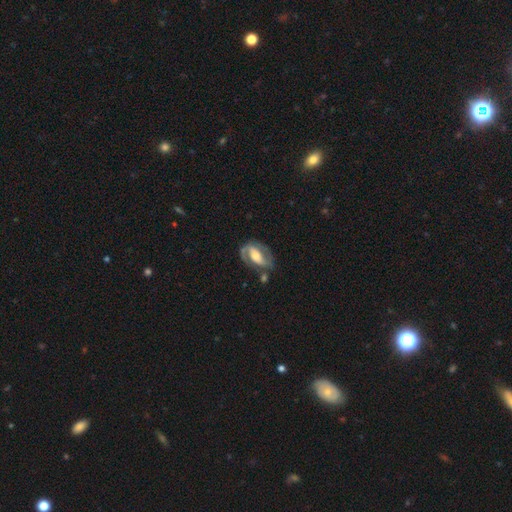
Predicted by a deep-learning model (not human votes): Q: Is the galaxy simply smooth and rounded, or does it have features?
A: featured or disk — 79%.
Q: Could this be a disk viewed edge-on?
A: no — 95%.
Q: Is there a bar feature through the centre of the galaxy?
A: strong — 45%.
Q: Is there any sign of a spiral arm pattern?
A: yes — 88%.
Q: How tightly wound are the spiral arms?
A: medium — 48%.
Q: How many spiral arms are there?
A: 2 — 82%.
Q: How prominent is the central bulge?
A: moderate — 61%.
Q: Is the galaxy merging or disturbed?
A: none — 67%.